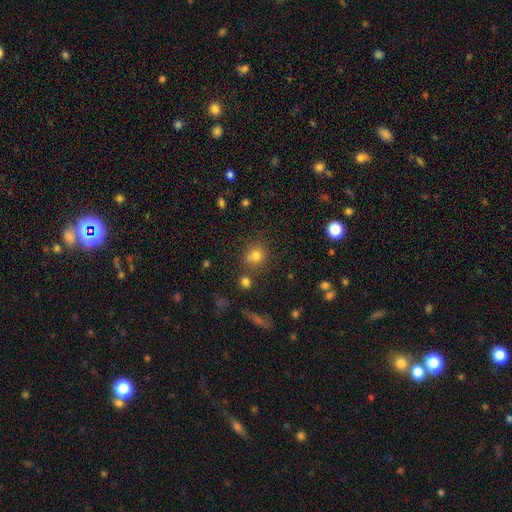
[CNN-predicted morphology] Q: Smooth or featured?
A: smooth (76%); runner-up: star or artifact (16%)
Q: How rounded?
A: round (81%); runner-up: in between (18%)
Q: Merging?
A: none (70%); runner-up: merger (14%)